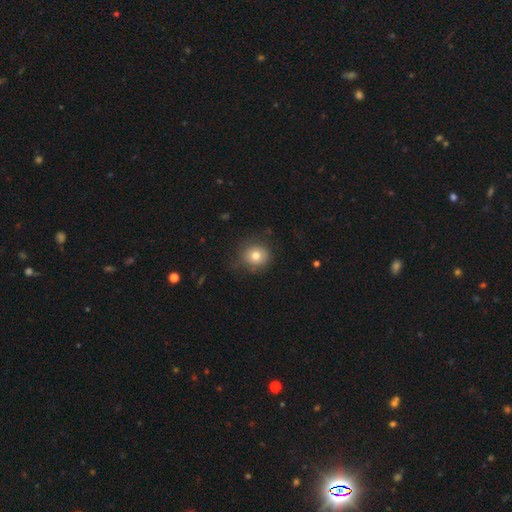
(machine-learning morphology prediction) Smooth or featured? Predicted: smooth (p=0.77). How rounded? Predicted: round (p=0.88). Merging? Predicted: none (p=0.77).